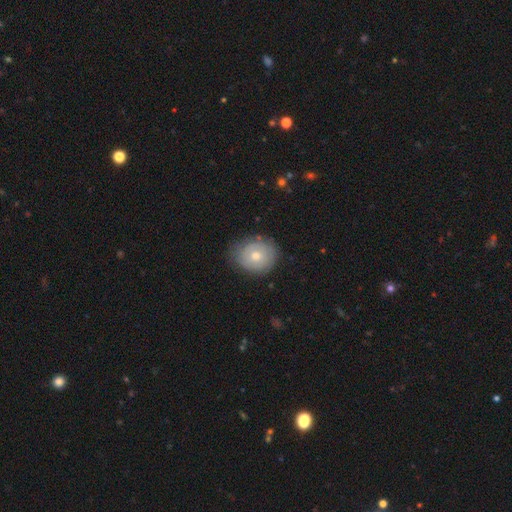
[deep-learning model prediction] Smooth or featured? Predicted: smooth (p=0.51). How rounded? Predicted: round (p=0.73). Merging? Predicted: none (p=0.77).